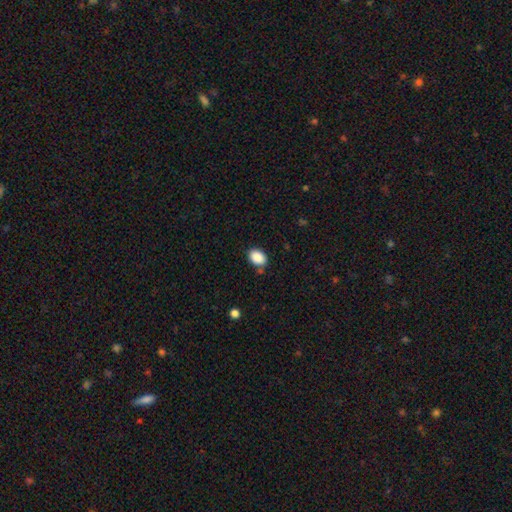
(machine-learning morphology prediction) smooth 89%, star or artifact 8%, featured or disk 3%. Down the decision tree: how rounded — in between (75%); merging — none (79%).